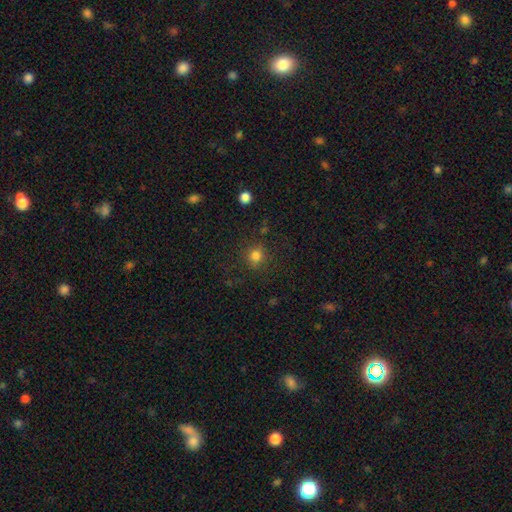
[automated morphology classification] Q: Smooth or featured?
A: smooth (79%); runner-up: star or artifact (14%)
Q: How rounded?
A: round (87%); runner-up: in between (12%)
Q: Merging?
A: none (81%); runner-up: minor disturbance (11%)